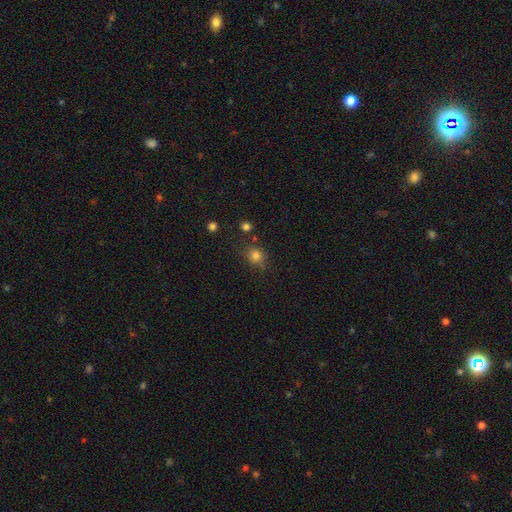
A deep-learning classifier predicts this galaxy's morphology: Q: Smooth or featured?
A: smooth (80%); runner-up: star or artifact (14%)
Q: How rounded?
A: round (78%); runner-up: in between (21%)
Q: Merging?
A: none (73%); runner-up: minor disturbance (17%)